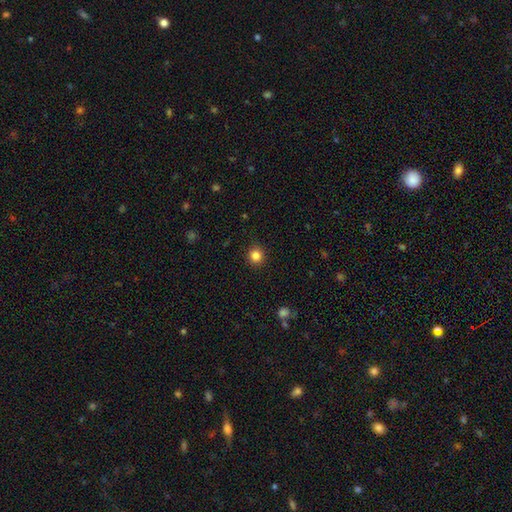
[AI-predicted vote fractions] Smooth or featured?
  - smooth: 84% *
  - star or artifact: 12%
  - featured or disk: 4%
How rounded?
  - round: 92% *
  - in between: 7%
  - cigar-shaped: 1%
Merging?
  - none: 91% *
  - minor disturbance: 6%
  - major disturbance: 2%
  - merger: 1%